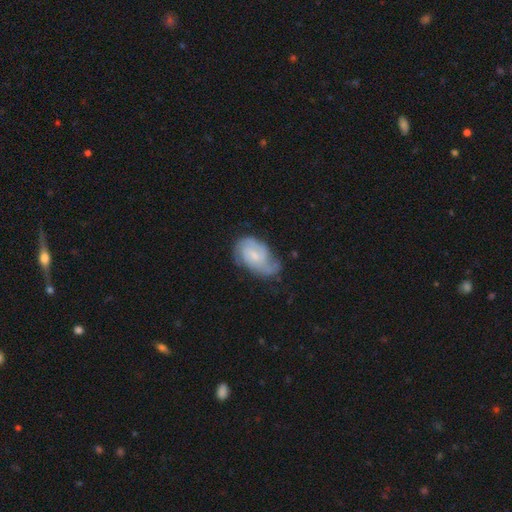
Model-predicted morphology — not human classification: Smooth or featured? Predicted: featured or disk (p=0.71). Edge-on disk? Predicted: no (p=0.97). Bar? Predicted: no (p=0.49). Spiral arms? Predicted: yes (p=0.91). Spiral winding? Predicted: tight (p=0.45). Spiral arm count? Predicted: 2 (p=0.46). Bulge size? Predicted: small (p=0.61). Merging? Predicted: none (p=0.47).